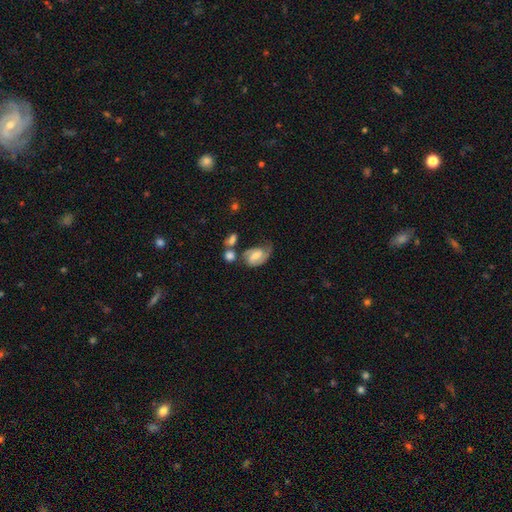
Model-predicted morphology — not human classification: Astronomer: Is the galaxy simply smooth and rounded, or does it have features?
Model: featured or disk — 67%.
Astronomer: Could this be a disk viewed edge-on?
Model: no — 97%.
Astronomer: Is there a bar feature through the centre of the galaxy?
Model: weak — 48% (runner-up: no, 33%).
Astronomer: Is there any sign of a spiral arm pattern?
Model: yes — 91%.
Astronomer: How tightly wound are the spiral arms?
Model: medium — 45% (runner-up: tight, 34%).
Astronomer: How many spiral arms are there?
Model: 2 — 68%.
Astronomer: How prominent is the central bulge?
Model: moderate — 45% (runner-up: small, 29%).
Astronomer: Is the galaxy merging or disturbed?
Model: none — 40% (runner-up: minor disturbance, 24%).